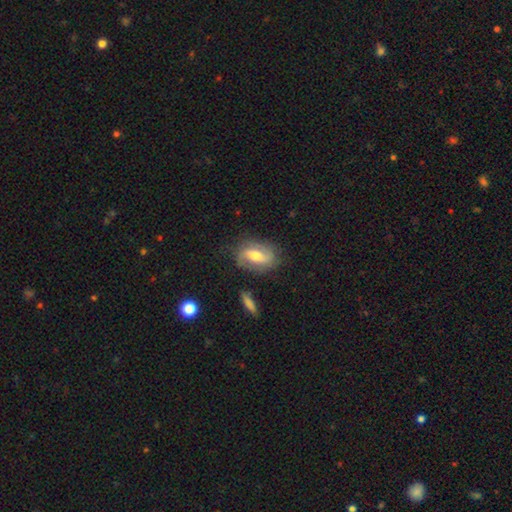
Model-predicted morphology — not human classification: This appears to be a featured or disk galaxy (55%). Merging: none (72%).